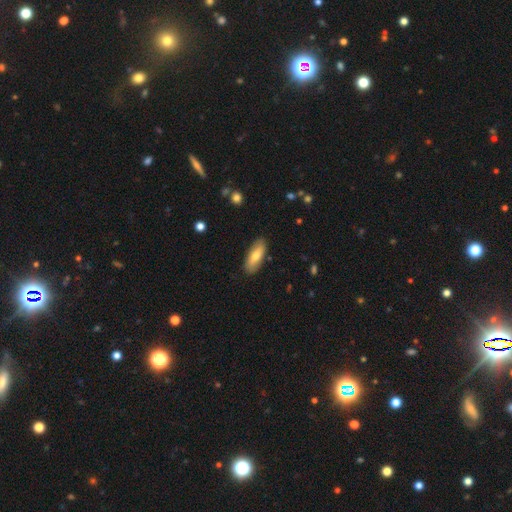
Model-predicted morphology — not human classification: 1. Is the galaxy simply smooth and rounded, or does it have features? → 71% smooth, 23% featured or disk, 6% star or artifact.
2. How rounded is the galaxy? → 75% in between, 22% cigar-shaped, 2% round.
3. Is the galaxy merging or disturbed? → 87% none, 10% minor disturbance, 2% major disturbance, 1% merger.